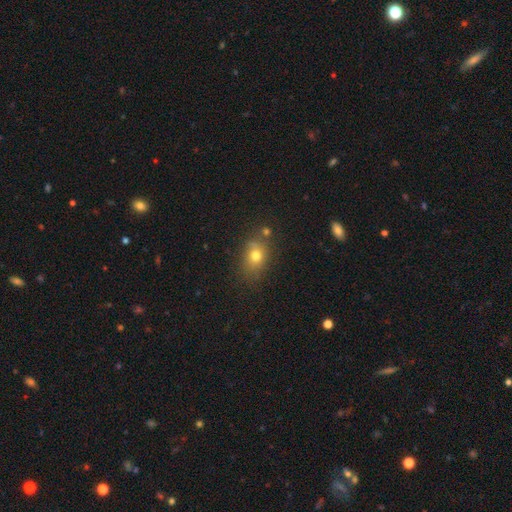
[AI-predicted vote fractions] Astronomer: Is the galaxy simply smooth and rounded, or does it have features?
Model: smooth — 73%.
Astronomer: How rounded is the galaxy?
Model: in between — 55% (runner-up: round, 43%).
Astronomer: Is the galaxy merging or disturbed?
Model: none — 65%.